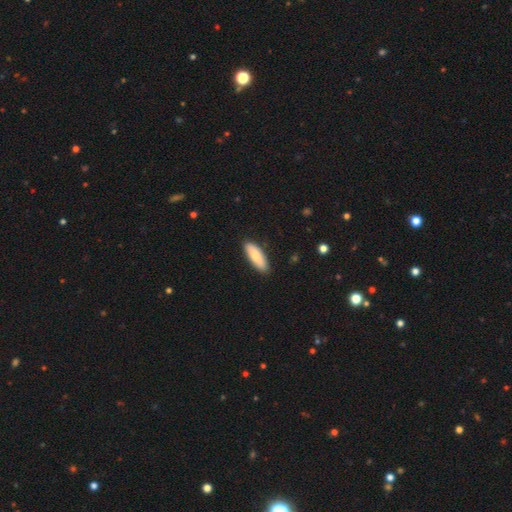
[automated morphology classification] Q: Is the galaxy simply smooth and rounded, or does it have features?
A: smooth — 83%.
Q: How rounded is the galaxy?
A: in between — 62%.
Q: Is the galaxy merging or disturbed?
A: none — 88%.